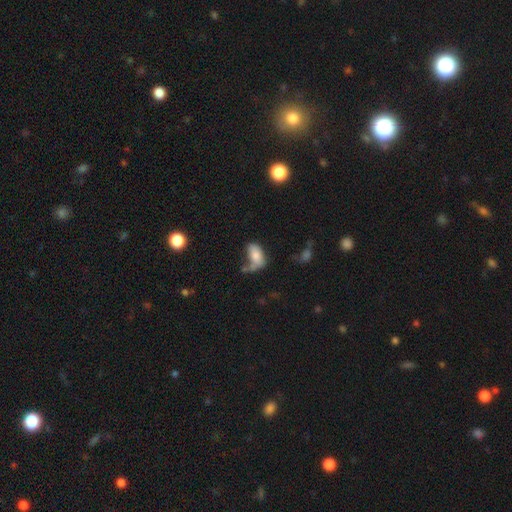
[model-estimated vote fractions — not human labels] This is likely a smooth galaxy (77%). How rounded: clearly in between (92%). Merging: marginally none (34%).